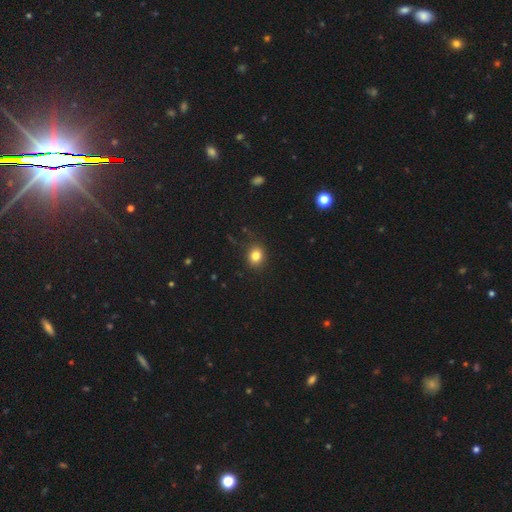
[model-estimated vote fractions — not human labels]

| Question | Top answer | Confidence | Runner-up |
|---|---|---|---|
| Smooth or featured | smooth | 82% | star or artifact (12%) |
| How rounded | round | 67% | in between (32%) |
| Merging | none | 86% | minor disturbance (11%) |